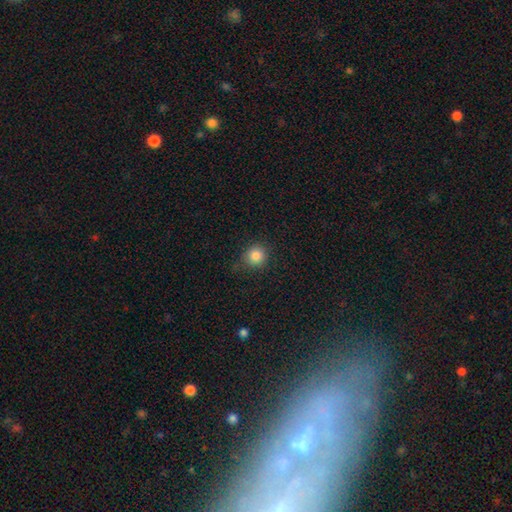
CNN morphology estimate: Smooth or featured? smooth (85%)
How rounded? round (88%)
Merging? none (79%)